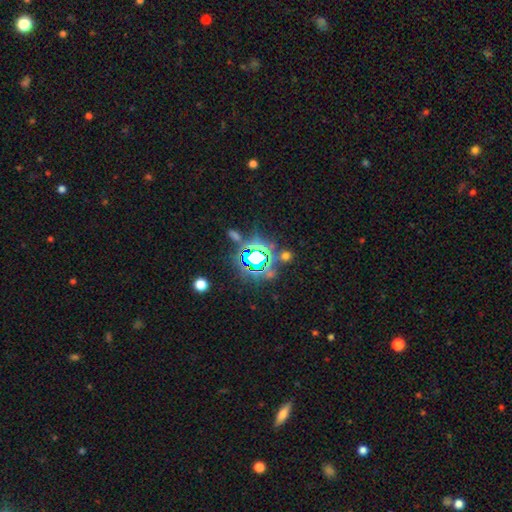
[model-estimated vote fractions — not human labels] Overall: star or artifact (79%).